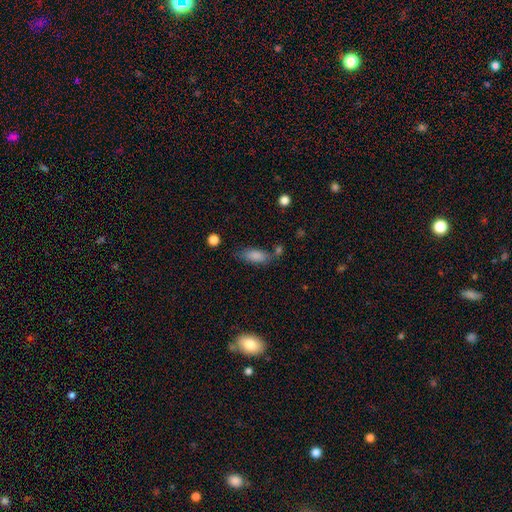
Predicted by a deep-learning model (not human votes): Smooth or featured: smooth — 84% (featured or disk — 8%)
How rounded: in between — 80% (cigar-shaped — 17%)
Merging: none — 64% (minor disturbance — 20%)